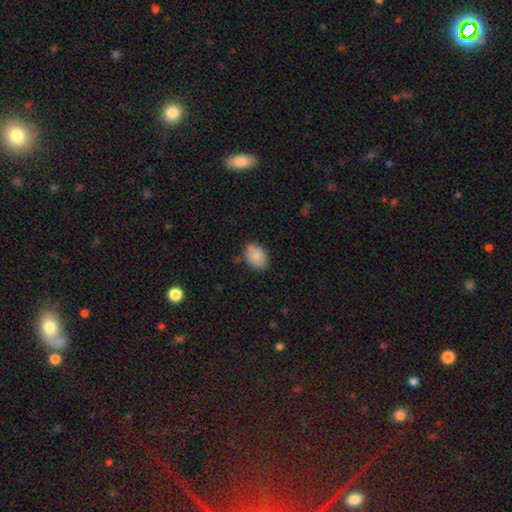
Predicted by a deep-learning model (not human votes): Overall: smooth (88%). How rounded: in between (76%). Merging: none (80%).